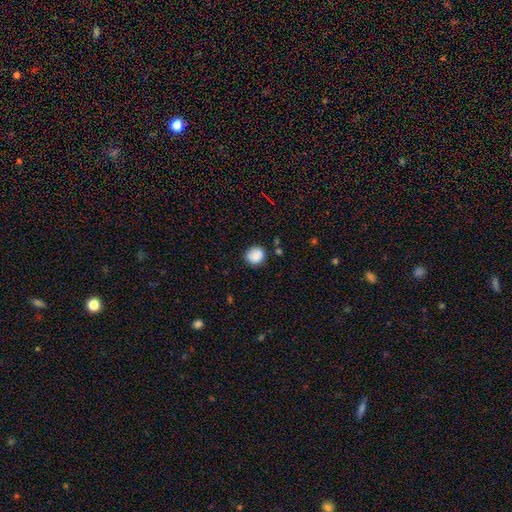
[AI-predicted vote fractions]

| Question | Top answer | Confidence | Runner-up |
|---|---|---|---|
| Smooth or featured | smooth | 86% | star or artifact (9%) |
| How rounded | round | 87% | in between (12%) |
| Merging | none | 81% | minor disturbance (13%) |